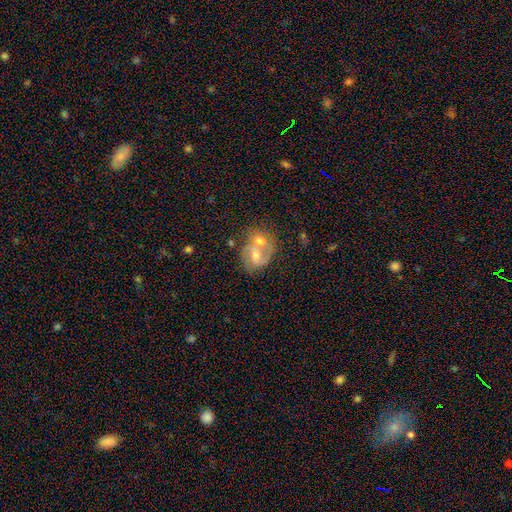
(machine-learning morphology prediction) The model was most divided on "bar": weak: 45%, no: 39%, strong: 16%. More confident: edge-on disk — no (97%); spiral arms — yes (73%); smooth or featured — featured or disk (58%); merging — merger (58%); bulge size — moderate (57%).